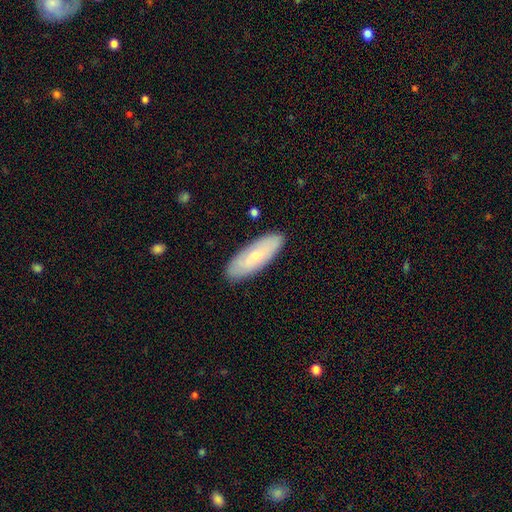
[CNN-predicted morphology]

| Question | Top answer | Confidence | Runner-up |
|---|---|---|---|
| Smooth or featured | smooth | 59% | featured or disk (35%) |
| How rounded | in between | 66% | cigar-shaped (31%) |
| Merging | none | 87% | minor disturbance (10%) |